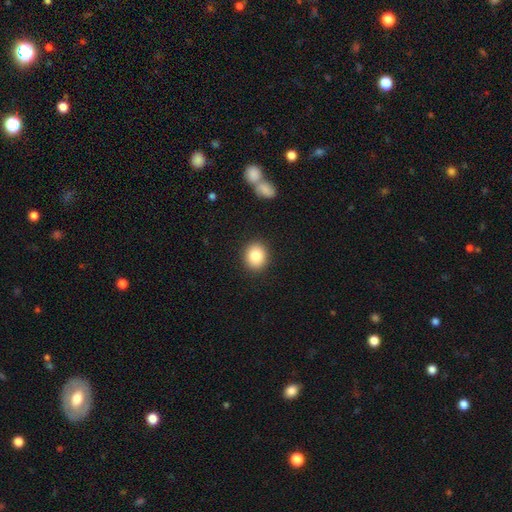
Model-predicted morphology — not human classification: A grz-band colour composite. It shows a smooth galaxy with no disk features (83%) that is round (72%). Merging: none (90%).